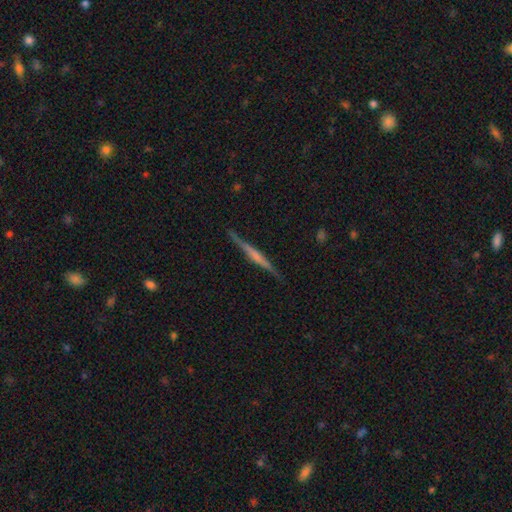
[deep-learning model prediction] Overall: featured or disk (70%). Edge-on disk: yes (97%). Edge-on bulge: none (38%; rounded 34%). Merging: none (87%).